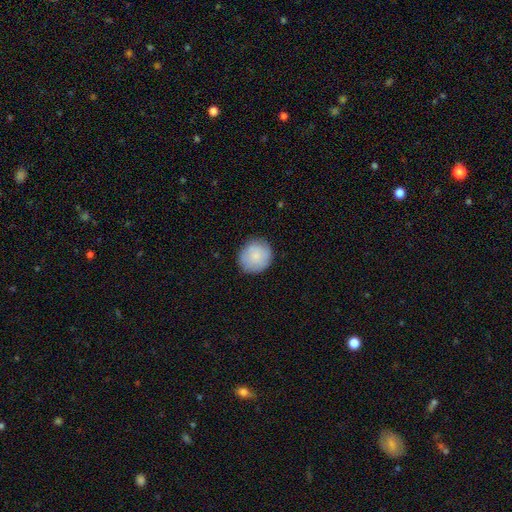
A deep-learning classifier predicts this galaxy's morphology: Smooth or featured: smooth — 81% (featured or disk — 13%)
How rounded: round — 84% (in between — 15%)
Merging: none — 83% (minor disturbance — 13%)